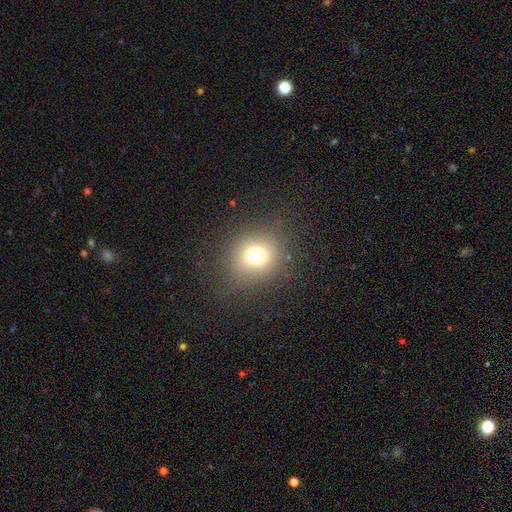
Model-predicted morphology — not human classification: type=smooth (70%); roundness=round (84%); merging=none (83%).